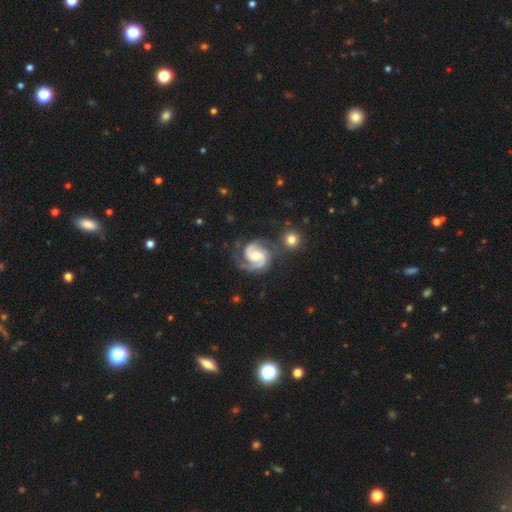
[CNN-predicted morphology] smooth_or_featured: featured or disk (p=0.91) [alt: smooth p=0.05]
disk_edge_on: no (p=0.98) [alt: yes p=0.02]
bar: weak (p=0.44) [alt: no p=0.42]
has_spiral_arms: yes (p=0.98) [alt: no p=0.02]
spiral_winding: medium (p=0.53) [alt: tight p=0.38]
spiral_arm_count: 2 (p=0.91) [alt: 3 p=0.03]
bulge_size: moderate (p=0.52) [alt: small p=0.29]
merging: none (p=0.69) [alt: minor disturbance p=0.17]